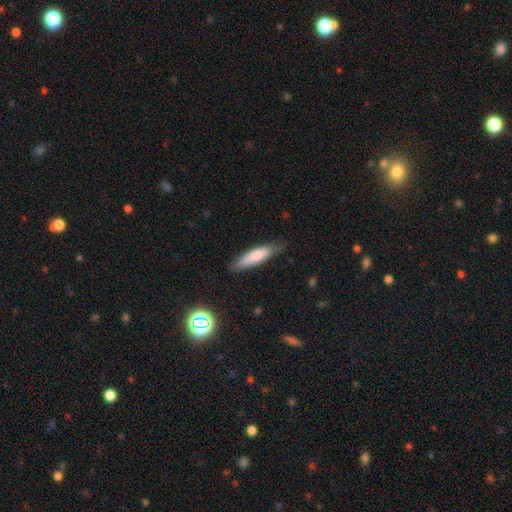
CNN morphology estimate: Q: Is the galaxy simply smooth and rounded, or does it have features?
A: smooth — 75%.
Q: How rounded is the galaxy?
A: cigar-shaped — 69%.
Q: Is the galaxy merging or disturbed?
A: none — 76%.